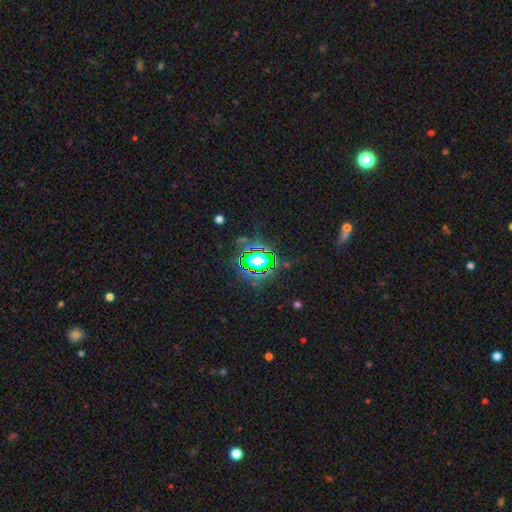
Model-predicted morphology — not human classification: Q: Smooth or featured?
A: star or artifact (70%); runner-up: smooth (17%)